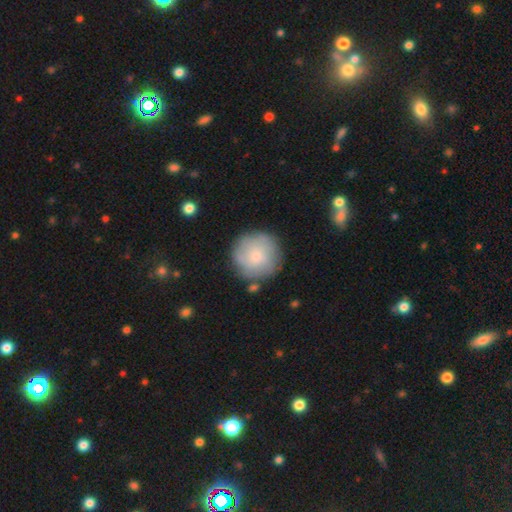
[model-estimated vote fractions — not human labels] Smooth or featured? Predicted: smooth (p=0.64). How rounded? Predicted: round (p=0.95). Merging? Predicted: none (p=0.79).